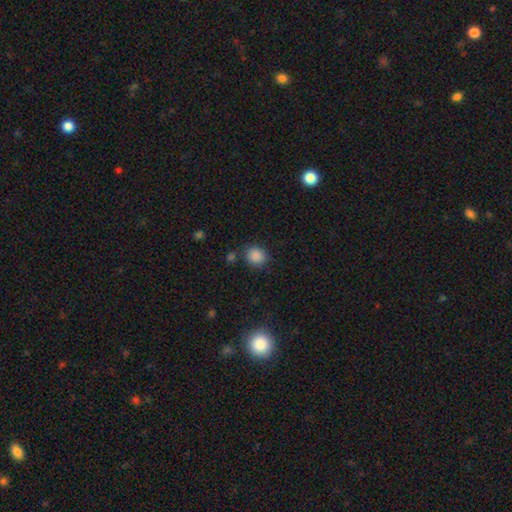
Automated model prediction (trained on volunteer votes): Smooth or featured: smooth — 86% (star or artifact — 11%)
How rounded: round — 76% (in between — 23%)
Merging: none — 80% (minor disturbance — 11%)